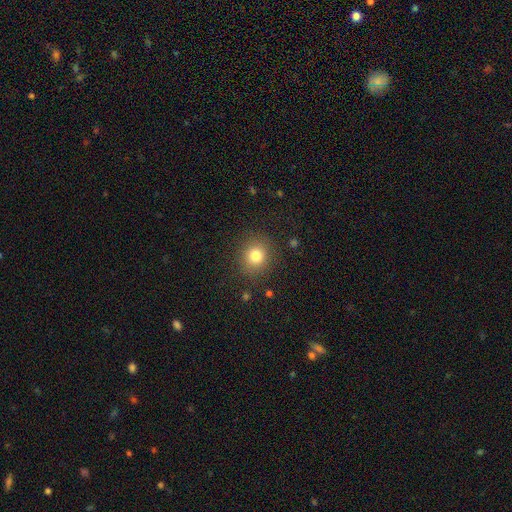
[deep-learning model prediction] Smooth or featured?
  - smooth: 79% *
  - star or artifact: 13%
  - featured or disk: 8%
How rounded?
  - round: 84% *
  - in between: 15%
  - cigar-shaped: 1%
Merging?
  - none: 88% *
  - minor disturbance: 8%
  - major disturbance: 3%
  - merger: 1%